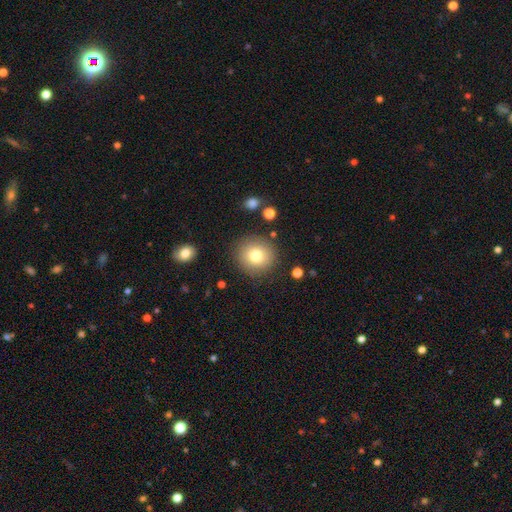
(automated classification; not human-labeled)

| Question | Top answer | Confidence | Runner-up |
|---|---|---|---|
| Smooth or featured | smooth | 77% | featured or disk (12%) |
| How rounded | round | 92% | in between (7%) |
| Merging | none | 86% | minor disturbance (8%) |